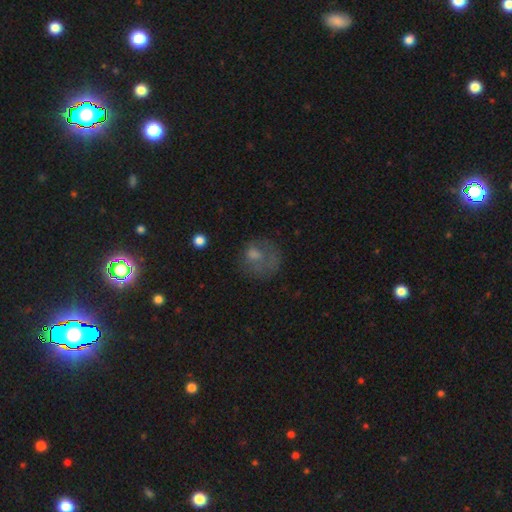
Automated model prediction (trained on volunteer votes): Smooth or featured: smooth — 61% (featured or disk — 27%)
How rounded: round — 66% (in between — 33%)
Merging: none — 40% (major disturbance — 34%)